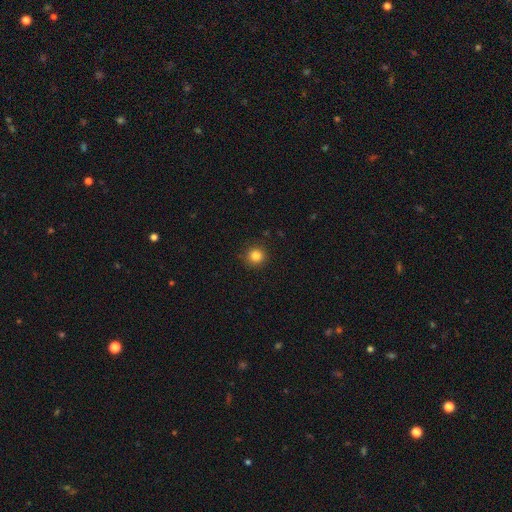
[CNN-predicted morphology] Smooth or featured? Predicted: smooth (p=0.84). How rounded? Predicted: round (p=0.94). Merging? Predicted: none (p=0.90).